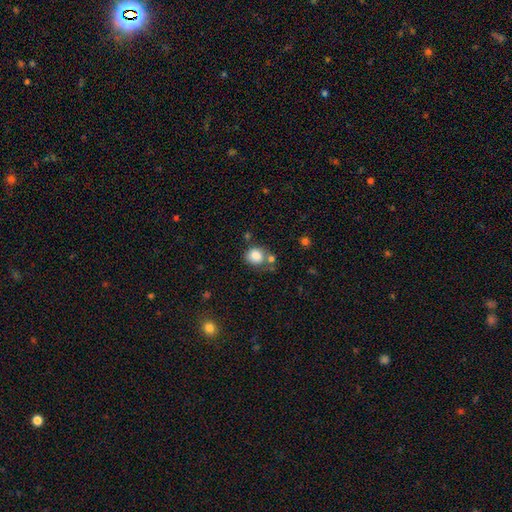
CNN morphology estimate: smooth-or-featured: smooth: 83% | star or artifact: 10% | featured or disk: 7%
  how-rounded: round: 65% | in between: 34% | cigar-shaped: 1%
  merging: none: 55% | minor disturbance: 19% | merger: 18% | major disturbance: 8%